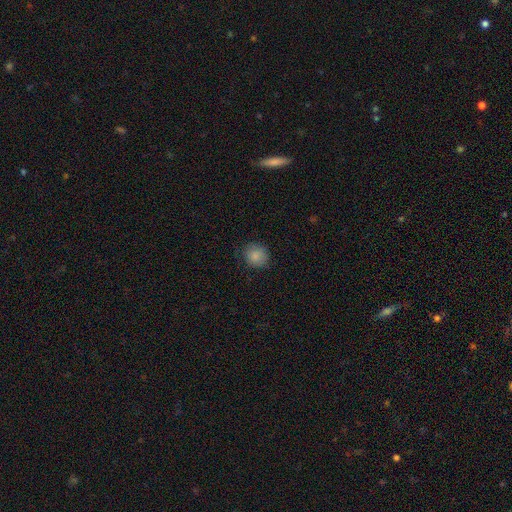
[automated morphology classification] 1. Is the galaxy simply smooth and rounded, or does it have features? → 85% smooth, 9% star or artifact, 5% featured or disk.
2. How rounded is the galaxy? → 82% round, 17% in between, 1% cigar-shaped.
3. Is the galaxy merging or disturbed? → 81% none, 15% minor disturbance, 4% major disturbance, 1% merger.